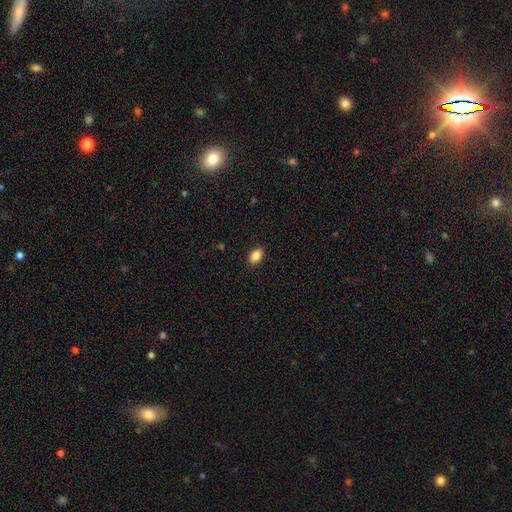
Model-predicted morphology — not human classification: This appears to be a smooth galaxy with no disk features (88%) that is in between round and cigar-shaped (87%). Merging: none (87%).